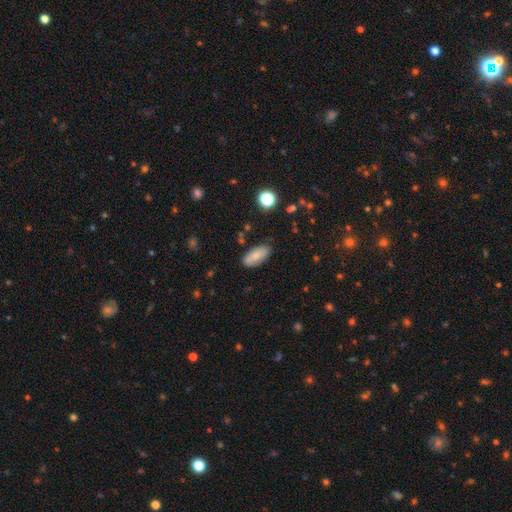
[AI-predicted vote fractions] Q: Smooth or featured?
A: smooth (73%); runner-up: featured or disk (19%)
Q: How rounded?
A: in between (87%); runner-up: cigar-shaped (10%)
Q: Merging?
A: none (80%); runner-up: minor disturbance (15%)